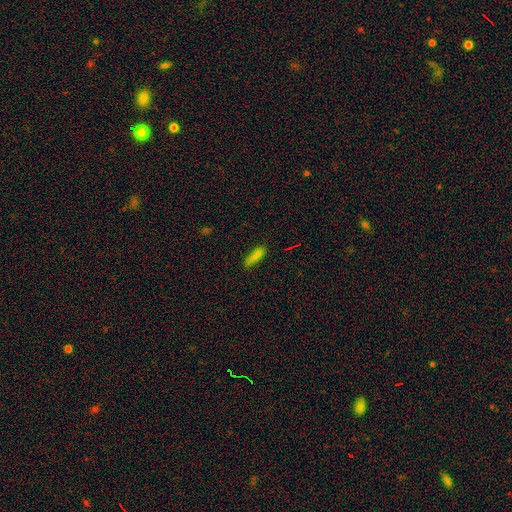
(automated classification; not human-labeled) This is likely a smooth galaxy (80%). How rounded: likely cigar-shaped (63%). Merging: likely none (73%).